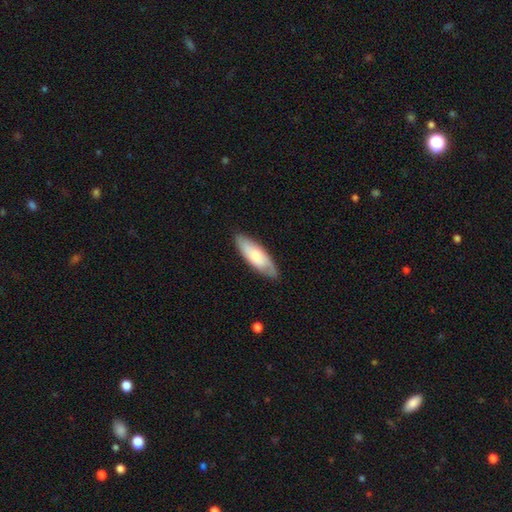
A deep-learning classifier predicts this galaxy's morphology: Smooth or featured? Predicted: smooth (p=0.58). How rounded? Predicted: in between (p=0.64). Merging? Predicted: none (p=0.82).